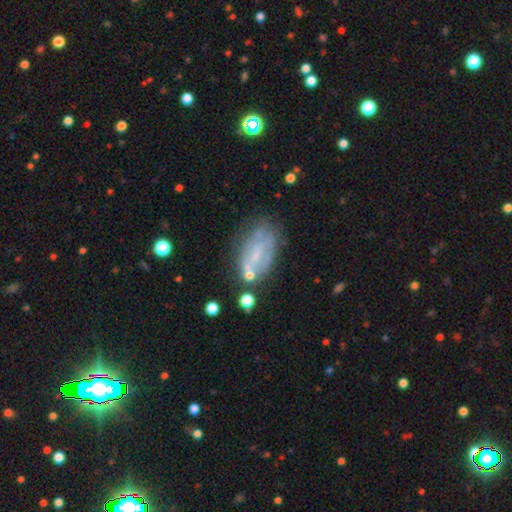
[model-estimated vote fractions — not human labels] Smooth or featured: featured or disk — 61% (smooth — 28%)
Edge-on disk: no — 93% (yes — 7%)
Bar: no — 43% (weak — 38%)
Spiral arms: no — 53% (yes — 47%)
Bulge size: small — 45% (none — 35%)
Merging: none — 55% (minor disturbance — 24%)